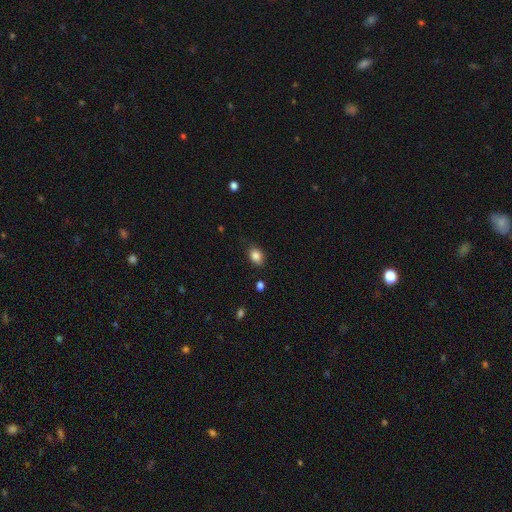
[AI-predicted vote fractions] This is clearly a smooth galaxy (85%). How rounded: likely in between (75%). Merging: likely none (78%).